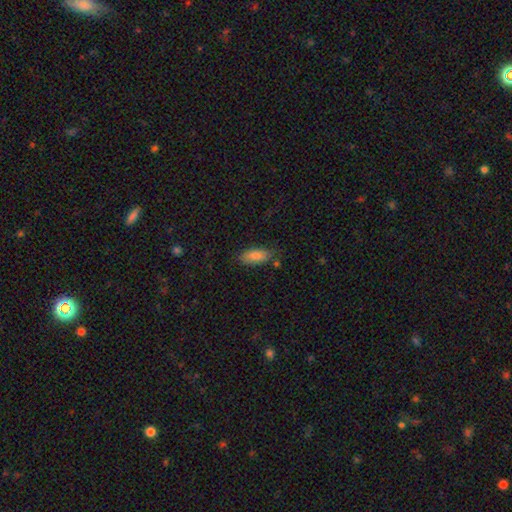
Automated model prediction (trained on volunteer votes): This appears to be a smooth galaxy with no disk features (87%) that is in between round and cigar-shaped (84%). Merging: none (76%).